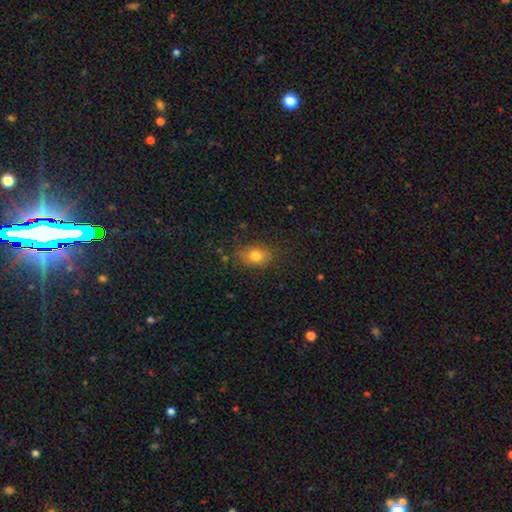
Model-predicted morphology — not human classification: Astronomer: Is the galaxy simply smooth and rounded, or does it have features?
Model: smooth — 79%.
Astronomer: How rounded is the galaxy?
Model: in between — 69%.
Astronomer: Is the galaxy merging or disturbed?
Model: none — 80%.